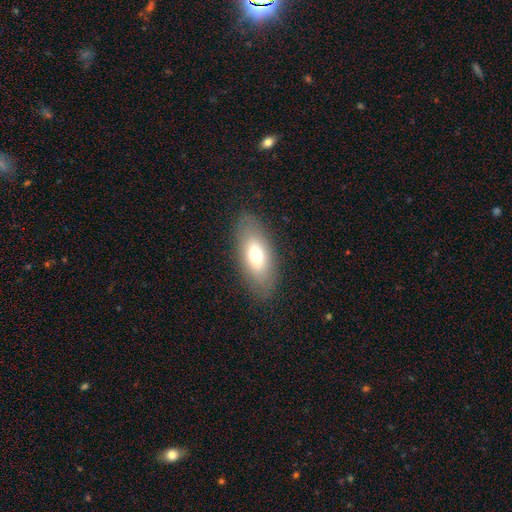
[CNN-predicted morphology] smooth-or-featured: smooth: 69% | featured or disk: 24% | star or artifact: 8%
  how-rounded: in between: 85% | cigar-shaped: 11% | round: 4%
  merging: none: 85% | minor disturbance: 10% | major disturbance: 4% | merger: 1%